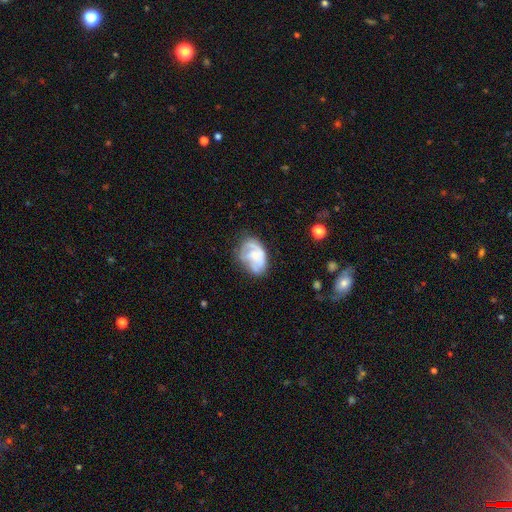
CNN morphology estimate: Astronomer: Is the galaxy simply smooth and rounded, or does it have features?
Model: featured or disk — 59%.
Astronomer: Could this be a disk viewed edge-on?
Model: no — 97%.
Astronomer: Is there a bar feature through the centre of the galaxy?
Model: no — 73%.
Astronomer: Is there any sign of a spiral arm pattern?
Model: yes — 73%.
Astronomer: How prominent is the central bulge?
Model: small — 46% (runner-up: moderate, 26%).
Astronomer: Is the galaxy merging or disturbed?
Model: none — 50% (runner-up: minor disturbance, 29%).